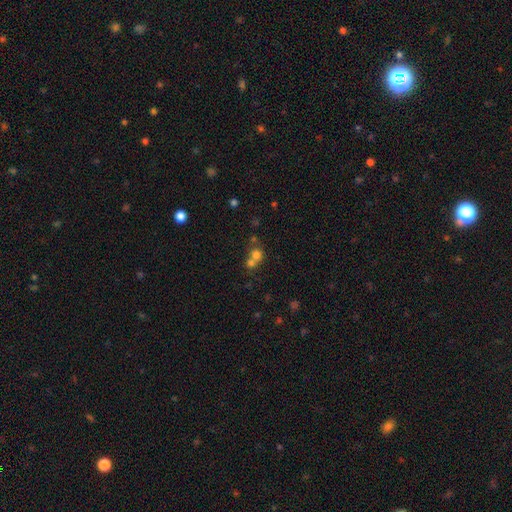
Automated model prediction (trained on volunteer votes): smooth 70%, star or artifact 17%, featured or disk 13%. Down the decision tree: how rounded — round (85%); merging — merger (55%).